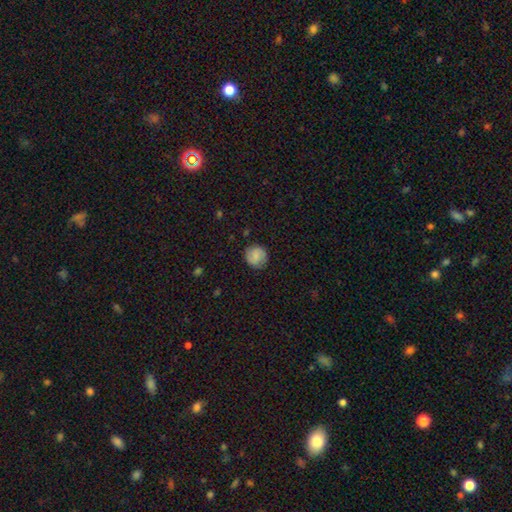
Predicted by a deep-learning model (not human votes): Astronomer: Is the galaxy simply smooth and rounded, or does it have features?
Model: smooth — 76%.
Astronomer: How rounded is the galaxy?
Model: round — 90%.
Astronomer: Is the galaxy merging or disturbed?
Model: none — 84%.